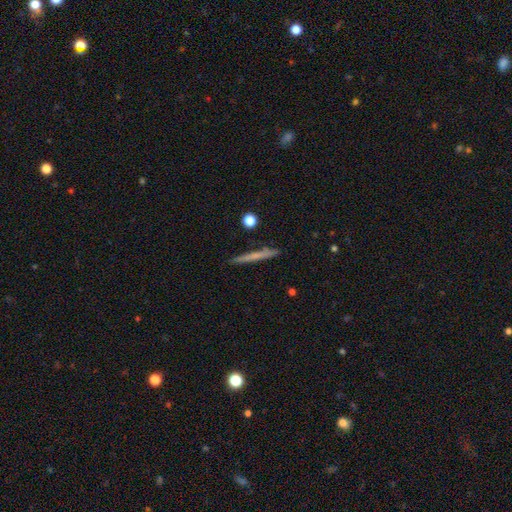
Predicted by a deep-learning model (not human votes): This is possibly a smooth galaxy (54%). How rounded: clearly cigar-shaped (95%). Merging: clearly none (89%).